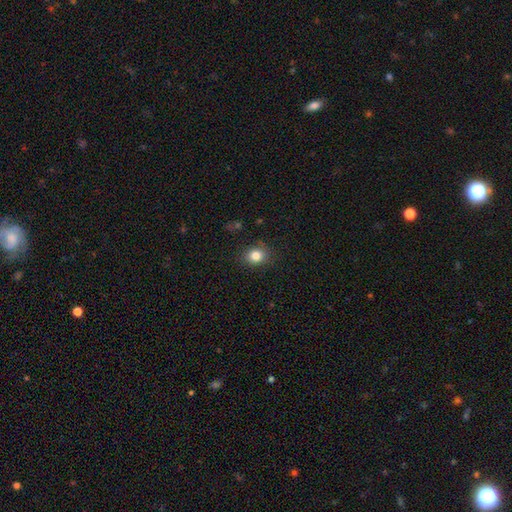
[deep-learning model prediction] Q: Smooth or featured?
A: smooth (83%); runner-up: star or artifact (10%)
Q: How rounded?
A: round (55%); runner-up: in between (44%)
Q: Merging?
A: none (83%); runner-up: minor disturbance (13%)